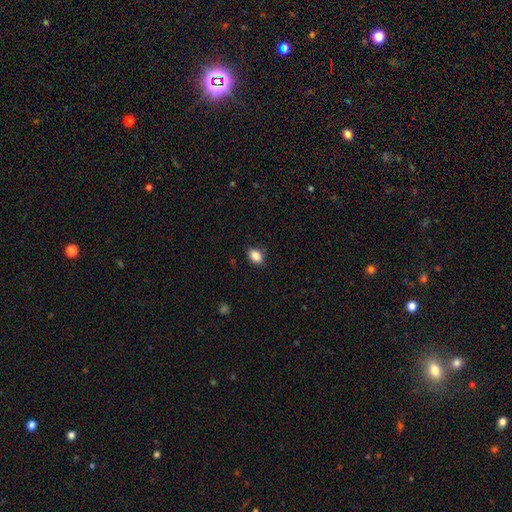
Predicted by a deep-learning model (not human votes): This appears to be a smooth galaxy with no disk features (87%) that is in between round and cigar-shaped (83%). Merging: none (86%).